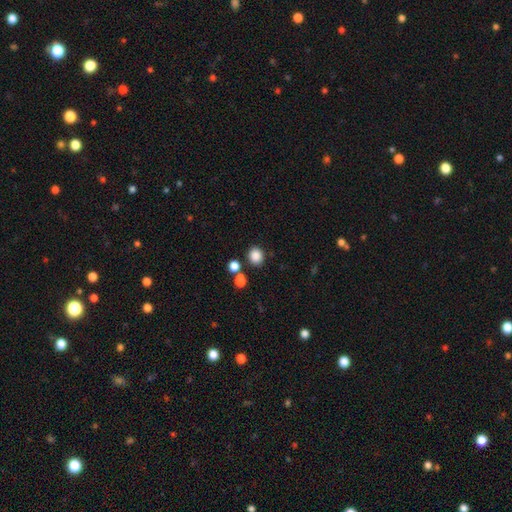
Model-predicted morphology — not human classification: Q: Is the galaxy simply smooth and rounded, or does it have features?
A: smooth — 85%.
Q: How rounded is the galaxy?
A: round — 77%.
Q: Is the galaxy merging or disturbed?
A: none — 81%.